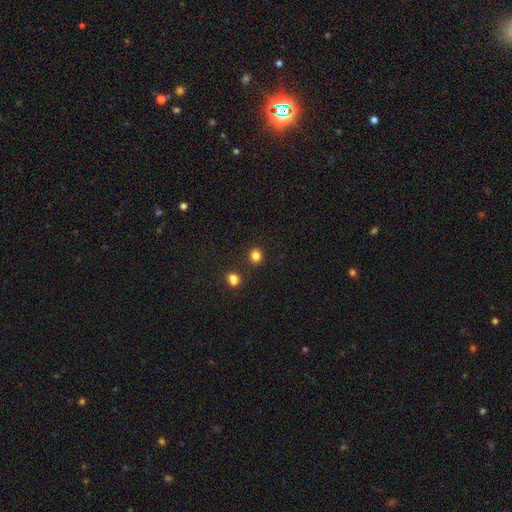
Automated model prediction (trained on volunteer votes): Smooth or featured? Predicted: smooth (p=0.83). How rounded? Predicted: round (p=0.76). Merging? Predicted: none (p=0.84).